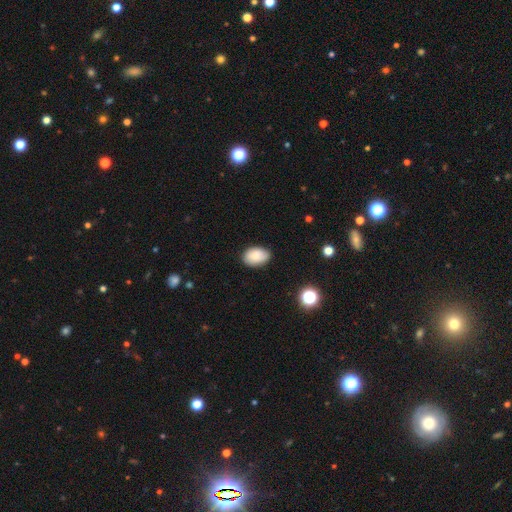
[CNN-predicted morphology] Q: Smooth or featured?
A: smooth (83%); runner-up: featured or disk (9%)
Q: How rounded?
A: in between (86%); runner-up: round (13%)
Q: Merging?
A: none (79%); runner-up: minor disturbance (17%)